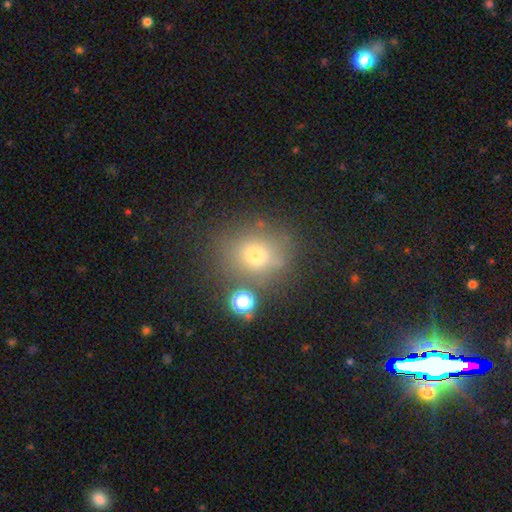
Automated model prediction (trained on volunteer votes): The model was most divided on "how rounded": round: 73%, in between: 26%, cigar-shaped: 1%. More confident: merging — none (71%); smooth or featured — smooth (67%).